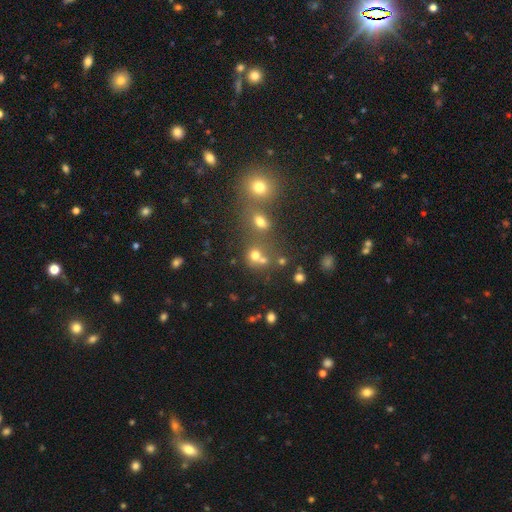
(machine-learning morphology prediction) smooth_or_featured: smooth (p=0.69) [alt: star or artifact p=0.19]
how_rounded: round (p=0.75) [alt: in between p=0.24]
merging: none (p=0.49) [alt: merger p=0.35]